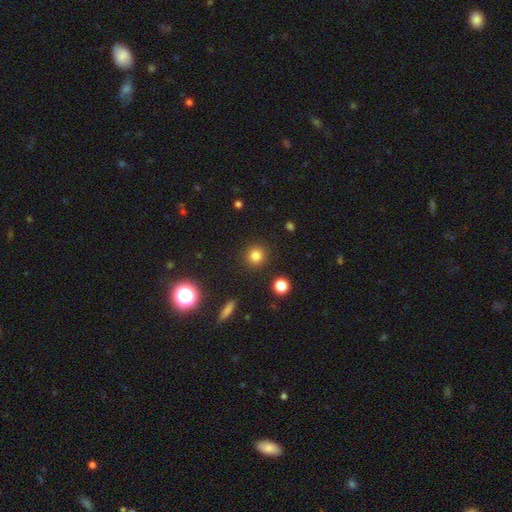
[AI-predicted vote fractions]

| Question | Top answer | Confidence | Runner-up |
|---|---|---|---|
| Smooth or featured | smooth | 83% | star or artifact (13%) |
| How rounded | round | 93% | in between (6%) |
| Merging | none | 90% | minor disturbance (6%) |